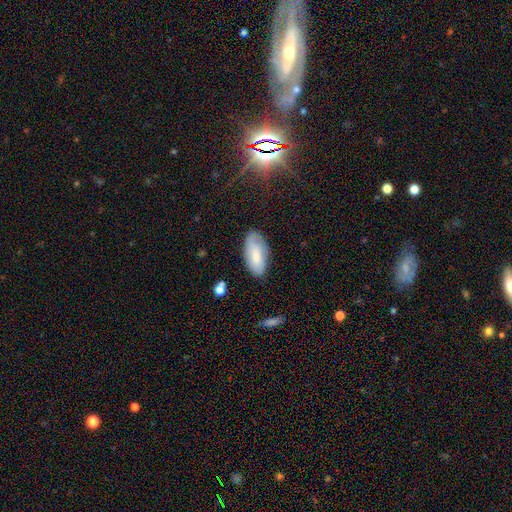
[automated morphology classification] A smooth galaxy with no disk features (72%) that is in between round and cigar-shaped (93%).

Vote fractions:
- Smooth or featured? smooth: 72% / featured or disk: 21% / star or artifact: 7%
- How rounded? in between: 93% / cigar-shaped: 5% / round: 2%
- Merging? none: 74% / minor disturbance: 20% / major disturbance: 4% / merger: 2%